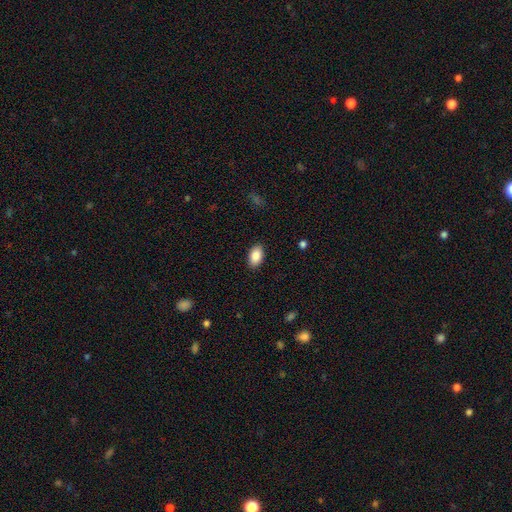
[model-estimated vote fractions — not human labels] Smooth or featured? Predicted: smooth (p=0.88). How rounded? Predicted: in between (p=0.93). Merging? Predicted: none (p=0.89).